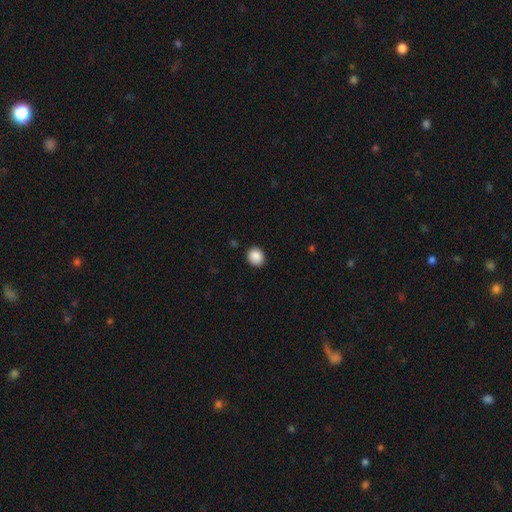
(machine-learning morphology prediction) smooth_or_featured: smooth (p=0.89) [alt: star or artifact p=0.08]
how_rounded: round (p=0.70) [alt: in between p=0.29]
merging: none (p=0.89) [alt: minor disturbance p=0.07]